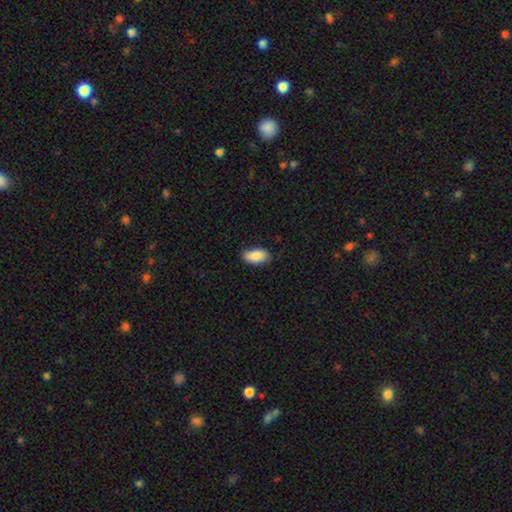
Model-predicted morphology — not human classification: type=smooth (88%); roundness=in between (94%); merging=none (82%).